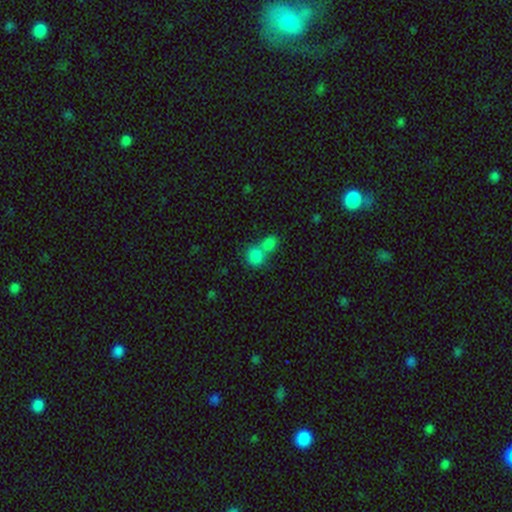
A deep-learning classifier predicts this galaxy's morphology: Q: Smooth or featured?
A: smooth (82%); runner-up: star or artifact (11%)
Q: How rounded?
A: round (73%); runner-up: in between (25%)
Q: Merging?
A: merger (56%); runner-up: none (35%)